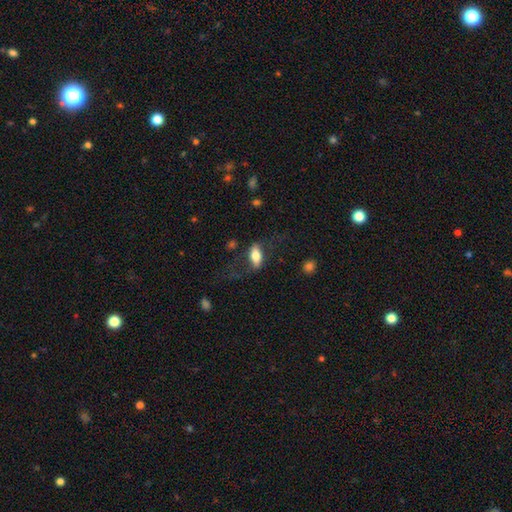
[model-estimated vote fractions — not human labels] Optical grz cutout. It shows a smooth galaxy with no disk features (63%) that is in between round and cigar-shaped (79%). Merging: none (62%).